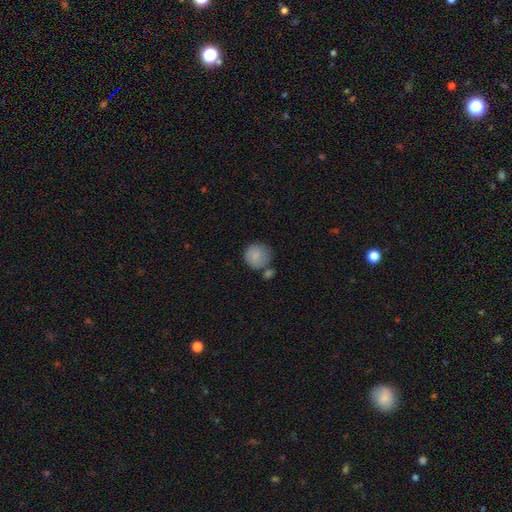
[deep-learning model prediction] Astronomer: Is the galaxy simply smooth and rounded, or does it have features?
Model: smooth — 85%.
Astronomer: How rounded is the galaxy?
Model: round — 91%.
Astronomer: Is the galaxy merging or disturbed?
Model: none — 65%.